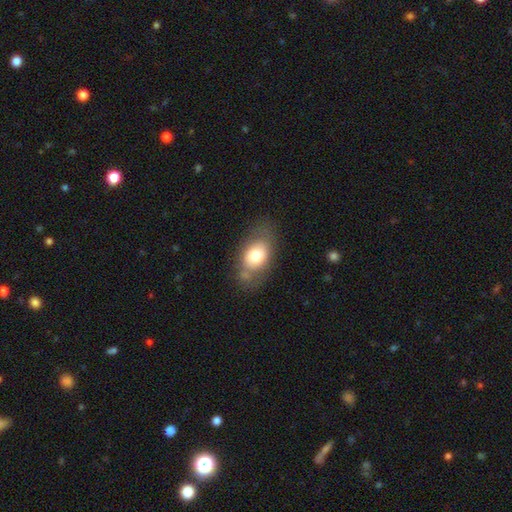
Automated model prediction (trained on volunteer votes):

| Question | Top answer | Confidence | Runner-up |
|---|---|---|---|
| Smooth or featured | smooth | 71% | featured or disk (21%) |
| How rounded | in between | 82% | round (16%) |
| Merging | none | 67% | minor disturbance (19%) |